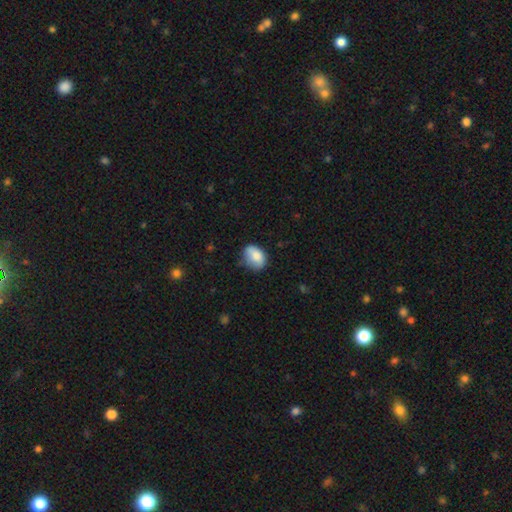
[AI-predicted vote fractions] smooth_or_featured: smooth (p=0.81) [alt: featured or disk p=0.11]
how_rounded: in between (p=0.71) [alt: round p=0.27]
merging: none (p=0.61) [alt: minor disturbance p=0.30]